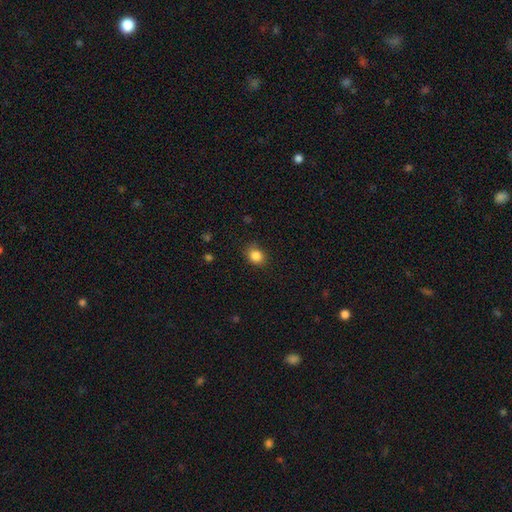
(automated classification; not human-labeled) Overall: smooth (85%). How rounded: round (56%; in between 43%). Merging: none (80%).